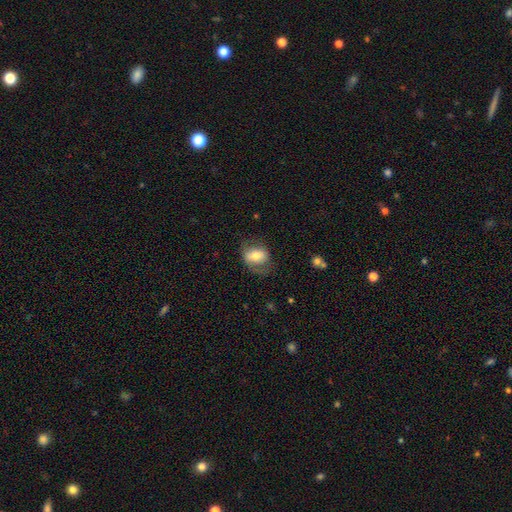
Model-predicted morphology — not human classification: Q: Smooth or featured?
A: smooth (62%); runner-up: featured or disk (30%)
Q: How rounded?
A: in between (65%); runner-up: round (34%)
Q: Merging?
A: none (59%); runner-up: minor disturbance (23%)